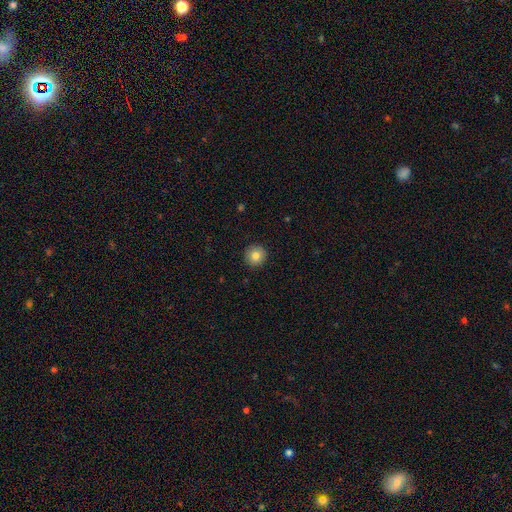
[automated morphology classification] smooth-or-featured: smooth: 82% | featured or disk: 9% | star or artifact: 9%
  how-rounded: round: 94% | in between: 5% | cigar-shaped: 1%
  merging: none: 91% | minor disturbance: 6% | major disturbance: 2% | merger: 1%